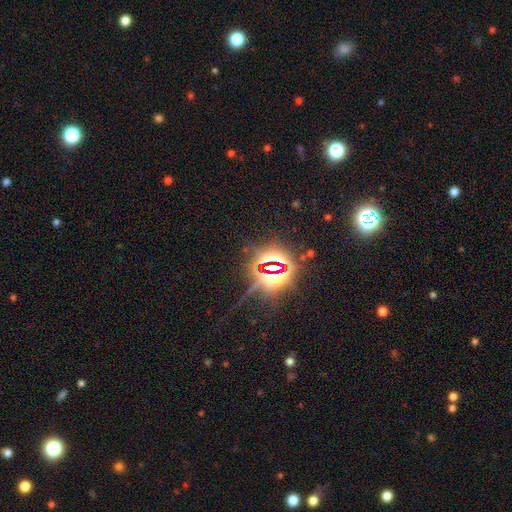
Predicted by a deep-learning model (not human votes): Overall: star or artifact (83%).